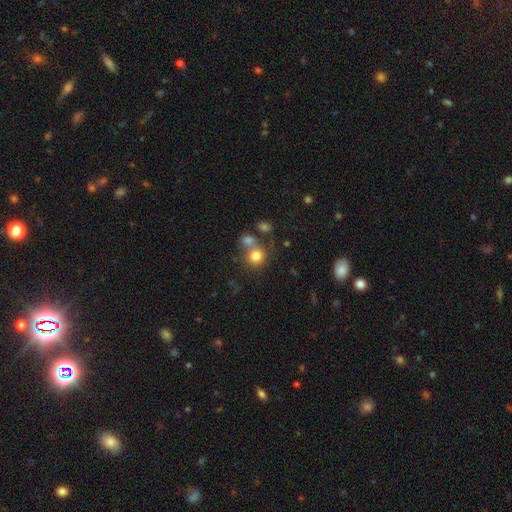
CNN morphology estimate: smooth_or_featured: smooth (p=0.79) [alt: star or artifact p=0.12]
how_rounded: round (p=0.84) [alt: in between p=0.15]
merging: none (p=0.49) [alt: merger p=0.34]